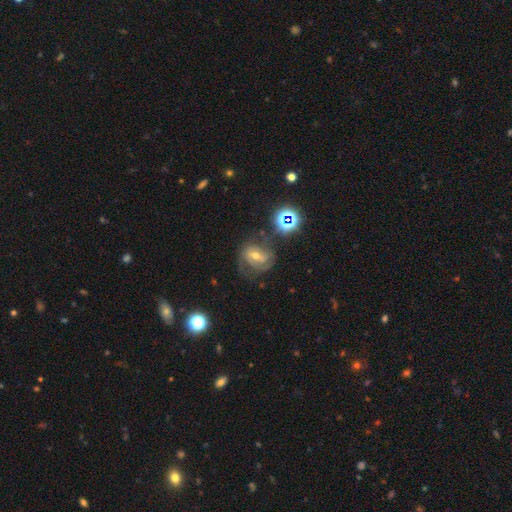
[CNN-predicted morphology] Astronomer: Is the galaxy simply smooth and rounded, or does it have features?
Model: featured or disk — 66%.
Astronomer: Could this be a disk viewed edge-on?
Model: no — 96%.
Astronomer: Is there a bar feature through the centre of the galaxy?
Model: weak — 42% (runner-up: no, 30%).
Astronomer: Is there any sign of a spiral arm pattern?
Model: yes — 84%.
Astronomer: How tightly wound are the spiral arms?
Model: tight — 43% (runner-up: medium, 41%).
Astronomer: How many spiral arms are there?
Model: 2 — 44% (runner-up: can't tell, 28%).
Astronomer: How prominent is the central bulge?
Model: moderate — 60%.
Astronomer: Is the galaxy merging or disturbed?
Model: none — 53%.